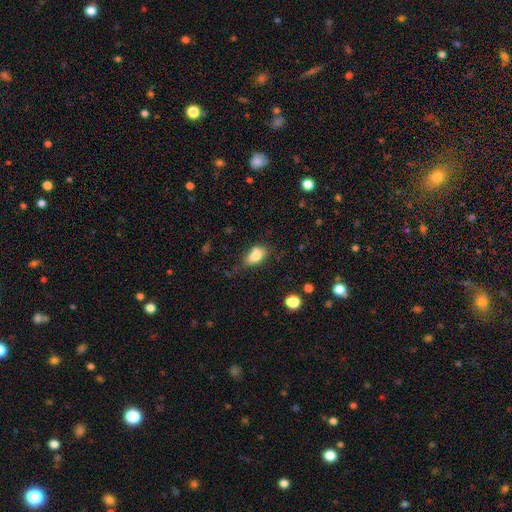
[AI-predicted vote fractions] A smooth galaxy with no disk features (79%) that is in between round and cigar-shaped (86%). Merging: none (58%).